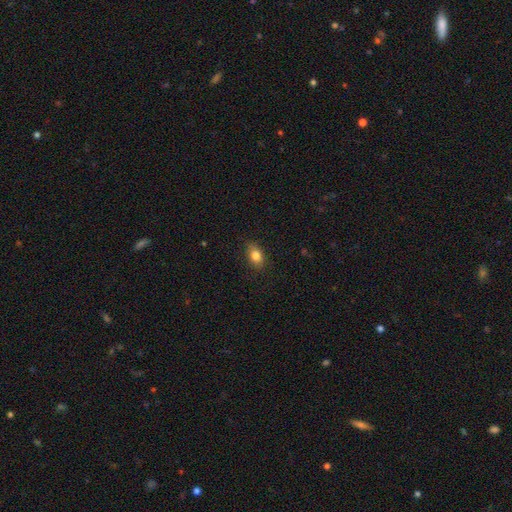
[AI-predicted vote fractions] smooth-or-featured: smooth: 83% | star or artifact: 9% | featured or disk: 8%
  how-rounded: in between: 80% | round: 17% | cigar-shaped: 2%
  merging: none: 84% | minor disturbance: 12% | major disturbance: 3% | merger: 1%